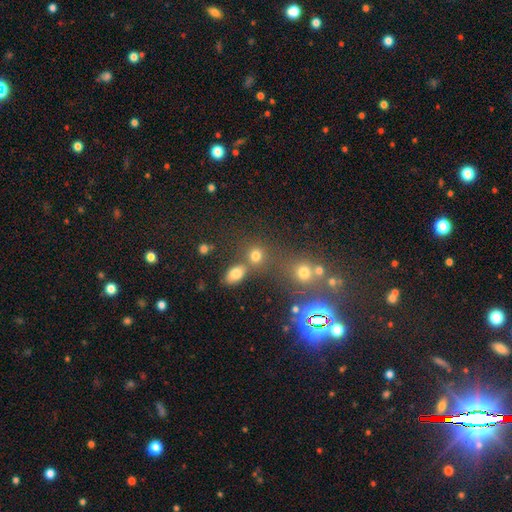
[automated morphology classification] Smooth or featured? Predicted: smooth (p=0.75). How rounded? Predicted: round (p=0.74). Merging? Predicted: none (p=0.61).